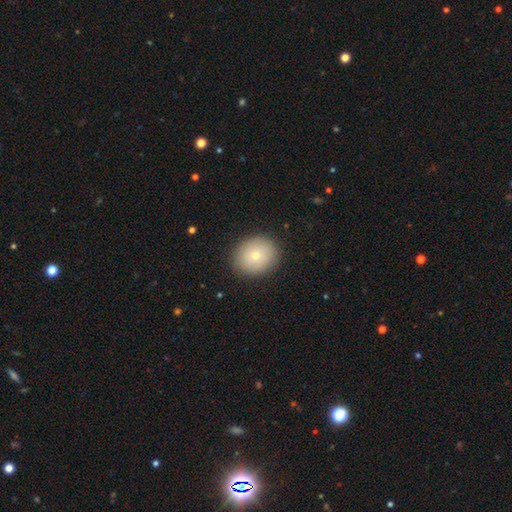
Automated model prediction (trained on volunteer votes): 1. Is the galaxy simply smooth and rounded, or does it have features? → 74% smooth, 16% featured or disk, 10% star or artifact.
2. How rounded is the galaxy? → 78% round, 21% in between, 1% cigar-shaped.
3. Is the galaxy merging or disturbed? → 88% none, 8% minor disturbance, 3% major disturbance, 1% merger.